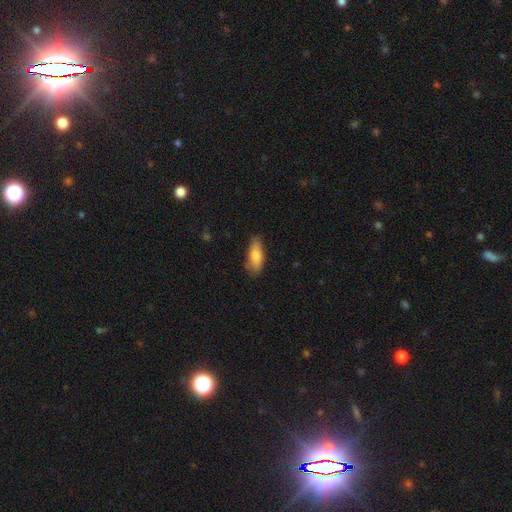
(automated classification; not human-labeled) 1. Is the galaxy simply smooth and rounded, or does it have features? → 82% smooth, 12% featured or disk, 6% star or artifact.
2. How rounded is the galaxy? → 75% in between, 23% cigar-shaped, 2% round.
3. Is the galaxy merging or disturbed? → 76% none, 19% minor disturbance, 4% major disturbance, 1% merger.